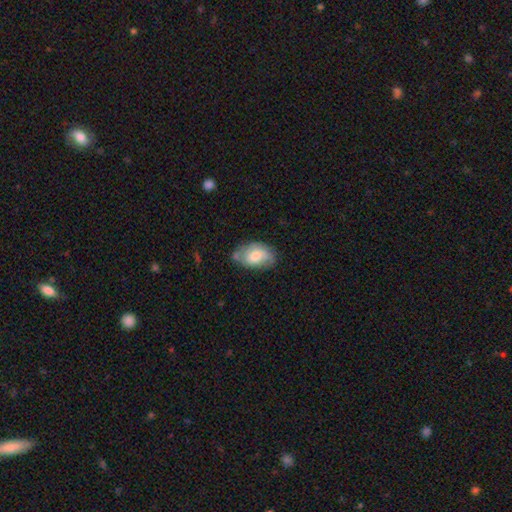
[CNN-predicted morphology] smooth 65%, featured or disk 28%, star or artifact 7%. Down the decision tree: how rounded — in between (89%); merging — none (55%).